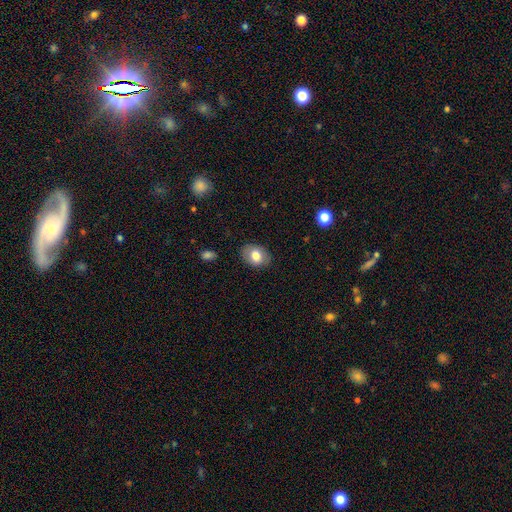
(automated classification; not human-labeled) This is likely a smooth galaxy (78%). How rounded: likely in between (72%). Merging: clearly none (85%).